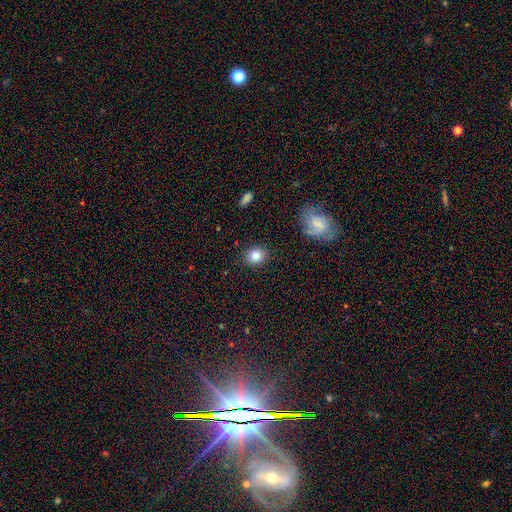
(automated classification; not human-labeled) This is clearly a smooth galaxy (83%). How rounded: likely round (72%). Merging: clearly none (88%).